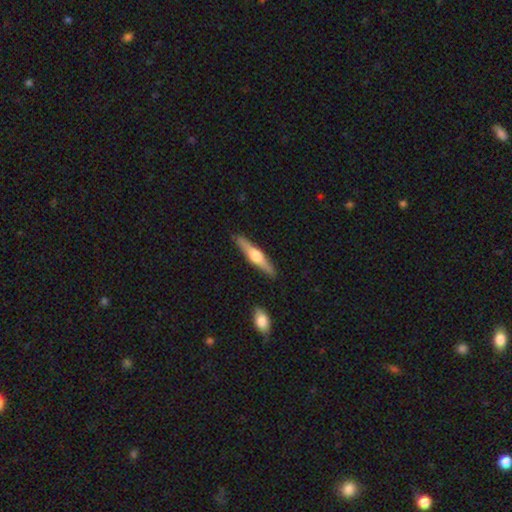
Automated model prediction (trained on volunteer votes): Smooth or featured?
  - featured or disk: 61% *
  - smooth: 34%
  - star or artifact: 5%
Edge-on disk?
  - yes: 96% *
  - no: 4%
Edge-on bulge?
  - rounded: 91% *
  - boxy: 5%
  - none: 3%
Merging?
  - none: 89% *
  - minor disturbance: 8%
  - merger: 2%
  - major disturbance: 2%